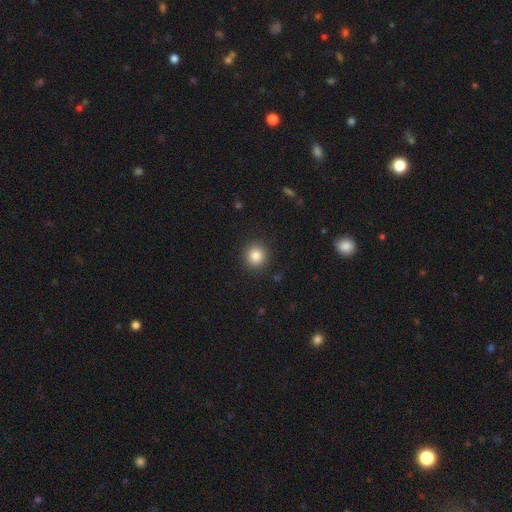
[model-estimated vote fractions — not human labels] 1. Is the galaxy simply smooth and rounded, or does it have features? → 84% smooth, 11% star or artifact, 6% featured or disk.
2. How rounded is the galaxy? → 93% round, 6% in between, 1% cigar-shaped.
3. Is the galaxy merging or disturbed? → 91% none, 6% minor disturbance, 2% major disturbance, 1% merger.